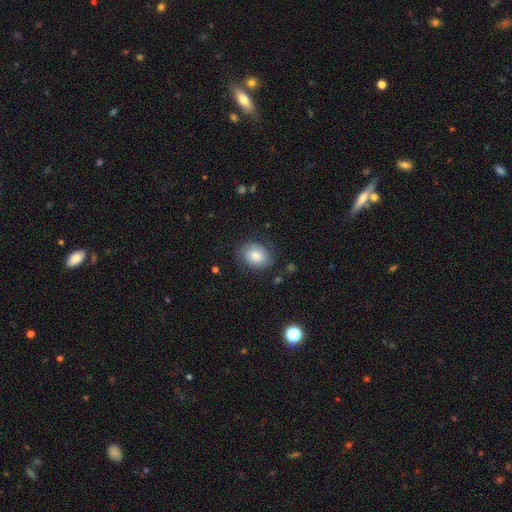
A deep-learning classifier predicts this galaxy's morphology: smooth-or-featured: smooth: 68% | featured or disk: 24% | star or artifact: 8%
  how-rounded: in between: 55% | round: 44% | cigar-shaped: 1%
  merging: none: 74% | minor disturbance: 17% | major disturbance: 7% | merger: 1%